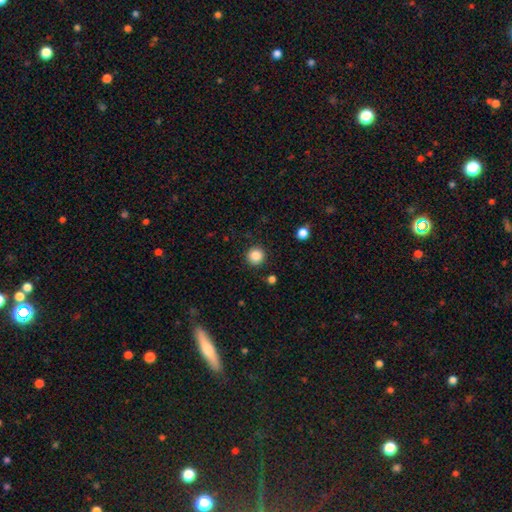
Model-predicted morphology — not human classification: Smooth or featured?
  - smooth: 87% *
  - star or artifact: 10%
  - featured or disk: 3%
How rounded?
  - round: 95% *
  - in between: 4%
  - cigar-shaped: 1%
Merging?
  - none: 90% *
  - minor disturbance: 6%
  - major disturbance: 2%
  - merger: 1%